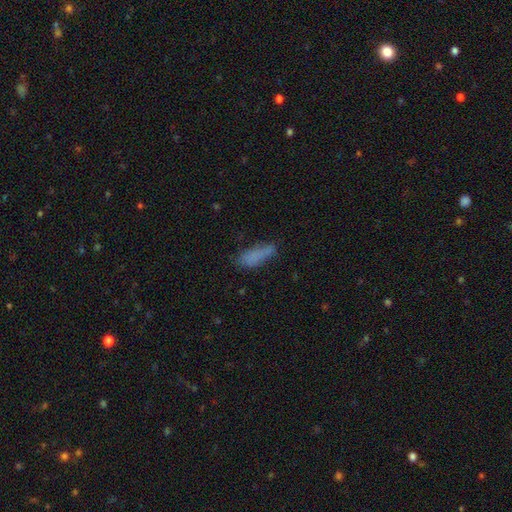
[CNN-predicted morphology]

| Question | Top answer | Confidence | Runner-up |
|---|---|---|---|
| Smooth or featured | smooth | 78% | featured or disk (11%) |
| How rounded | in between | 50% | cigar-shaped (47%) |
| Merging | none | 58% | minor disturbance (26%) |